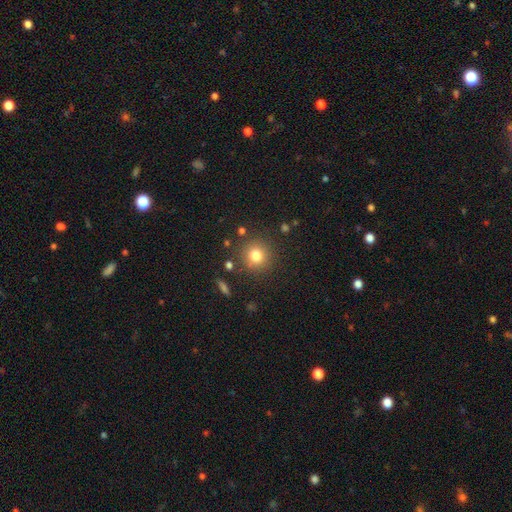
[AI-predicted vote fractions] Smooth or featured? smooth (79%)
How rounded? round (92%)
Merging? none (85%)